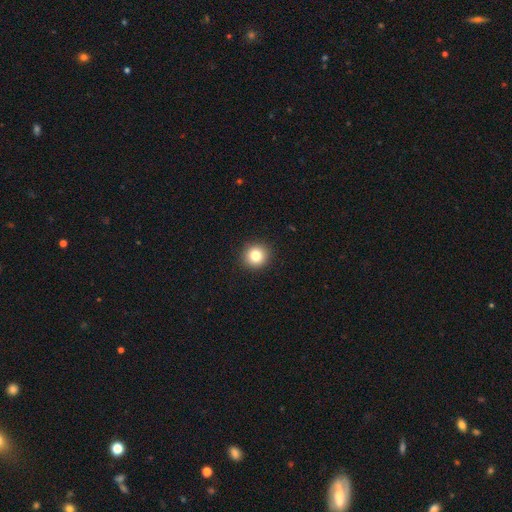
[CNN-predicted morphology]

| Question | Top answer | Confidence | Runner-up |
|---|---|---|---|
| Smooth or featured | smooth | 82% | star or artifact (11%) |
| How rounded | round | 93% | in between (6%) |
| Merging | none | 93% | minor disturbance (5%) |